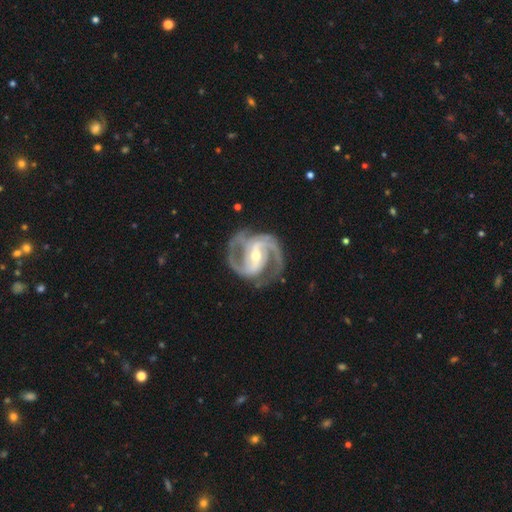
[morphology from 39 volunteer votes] smooth-or-featured: featured or disk: 97% | smooth: 3% | star or artifact: 0%
  disk-edge-on: no: 95% | yes: 5%
    bar: strong: 78% | weak: 22% | no: 0%
    has-spiral-arms: yes: 97% | no: 3%
      spiral-winding: medium: 54% | tight: 40% | loose: 6%
      spiral-arm-count: 2: 97% | 3: 3% | 1: 0% | 4: 0% | more than 4: 0% | can't tell: 0%
    bulge-size: moderate: 50% | small: 47% | large: 3% | dominant: 0% | none: 0%
  merging: none: 74% | minor disturbance: 21% | major disturbance: 3% | merger: 3%